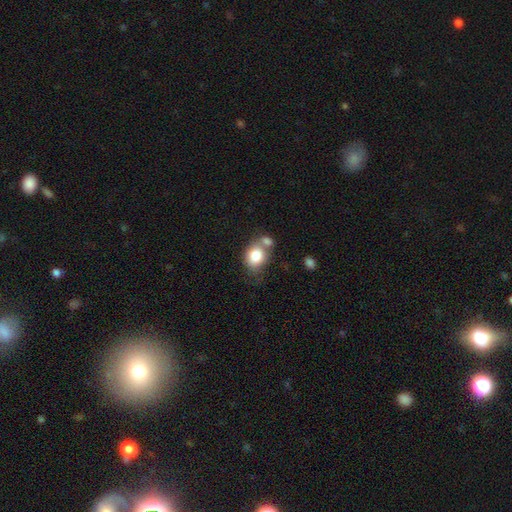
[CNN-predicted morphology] Overall: smooth (80%). How rounded: round (52%; in between 47%). Merging: none (40%; merger 36%).